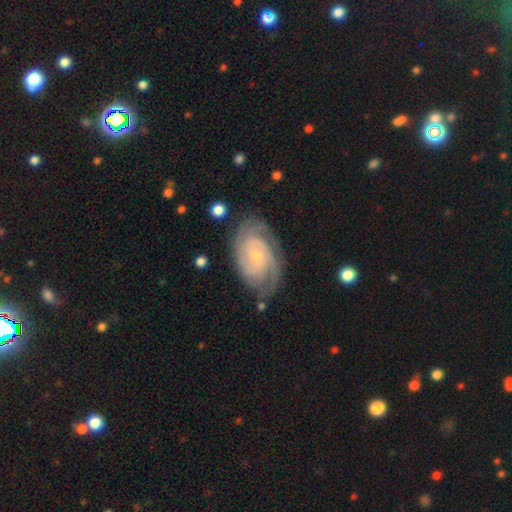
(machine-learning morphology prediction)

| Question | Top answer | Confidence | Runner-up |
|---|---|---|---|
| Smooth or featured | featured or disk | 88% | smooth (8%) |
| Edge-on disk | no | 97% | yes (3%) |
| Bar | no | 69% | weak (26%) |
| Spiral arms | yes | 97% | no (3%) |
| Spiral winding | tight | 71% | medium (25%) |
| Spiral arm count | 2 | 29% | 3 (28%) |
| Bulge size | small | 68% | moderate (28%) |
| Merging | none | 76% | minor disturbance (17%) |